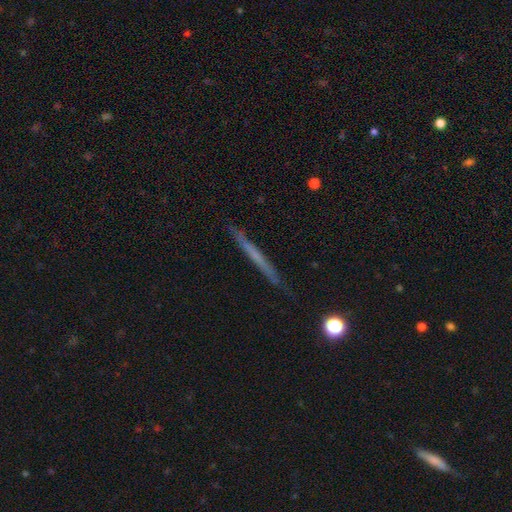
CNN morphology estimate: Smooth or featured? featured or disk (49%)
Merging? none (89%)